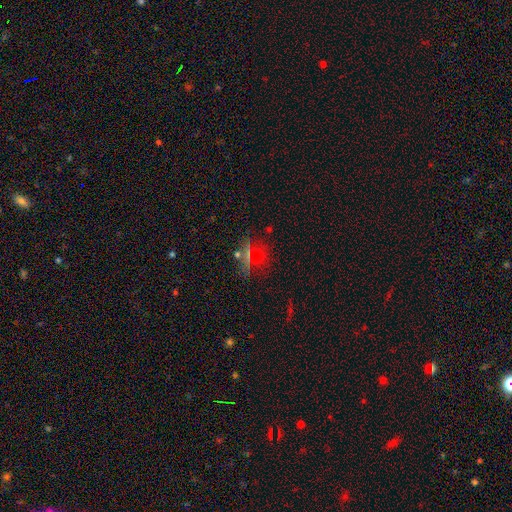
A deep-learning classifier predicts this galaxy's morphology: This is possibly a smooth galaxy (46%). Merging: likely none (76%).